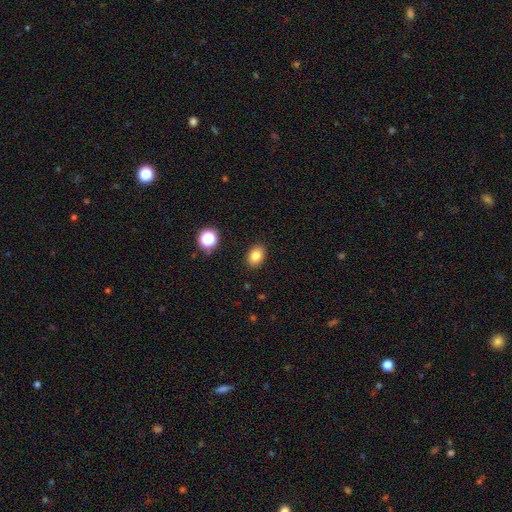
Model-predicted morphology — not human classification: The model was most divided on "how rounded": in between: 76%, round: 23%, cigar-shaped: 1%. More confident: merging — none (88%); smooth or featured — smooth (82%).